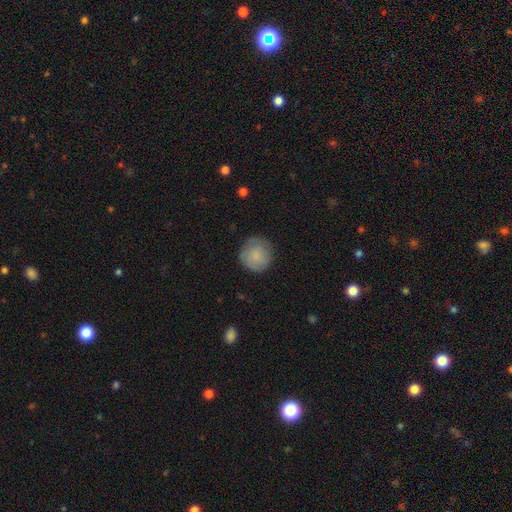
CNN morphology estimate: A smooth galaxy with no disk features (79%) that is round (93%).

Vote fractions:
- Smooth or featured? smooth: 79% / featured or disk: 14% / star or artifact: 7%
- How rounded? round: 93% / in between: 6% / cigar-shaped: 1%
- Merging? none: 77% / minor disturbance: 17% / major disturbance: 5% / merger: 1%